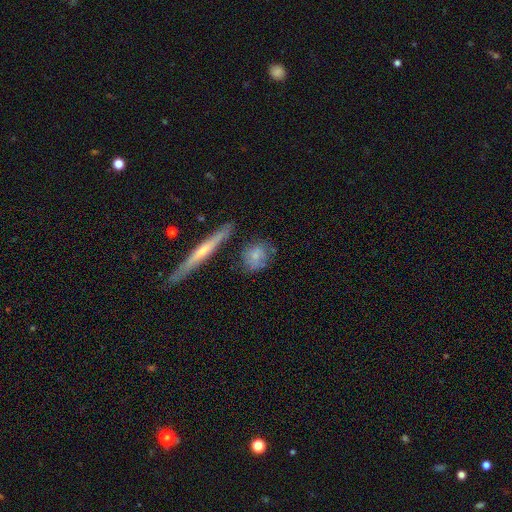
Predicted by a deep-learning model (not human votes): This appears to be a smooth galaxy with no disk features (67%) that is round (59%). Merging: none (67%).